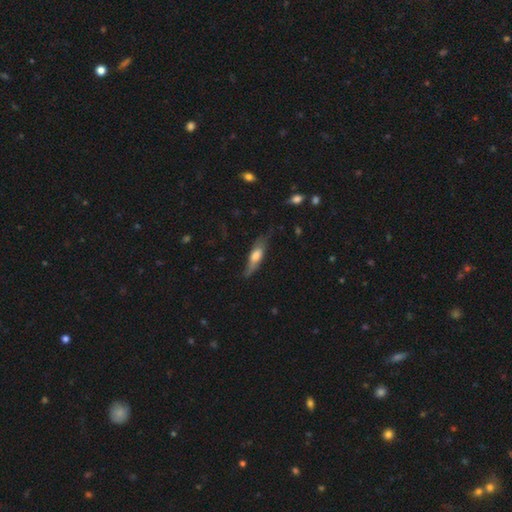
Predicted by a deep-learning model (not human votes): Overall: smooth (57%; featured or disk 37%). How rounded: cigar-shaped (56%; in between 42%). Merging: none (56%; minor disturbance 31%).